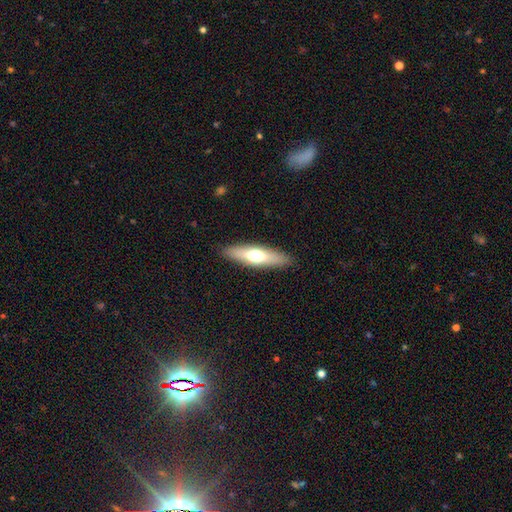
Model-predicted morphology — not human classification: This is possibly a smooth galaxy (53%). How rounded: likely cigar-shaped (69%). Merging: clearly none (89%).